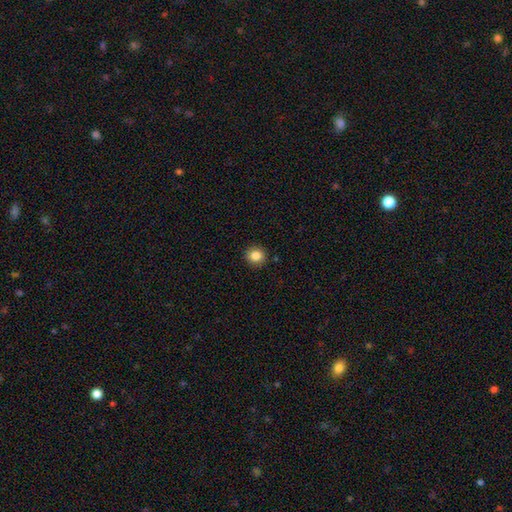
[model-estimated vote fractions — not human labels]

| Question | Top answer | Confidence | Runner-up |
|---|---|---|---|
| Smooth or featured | smooth | 84% | star or artifact (10%) |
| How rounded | round | 90% | in between (9%) |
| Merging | none | 92% | minor disturbance (5%) |